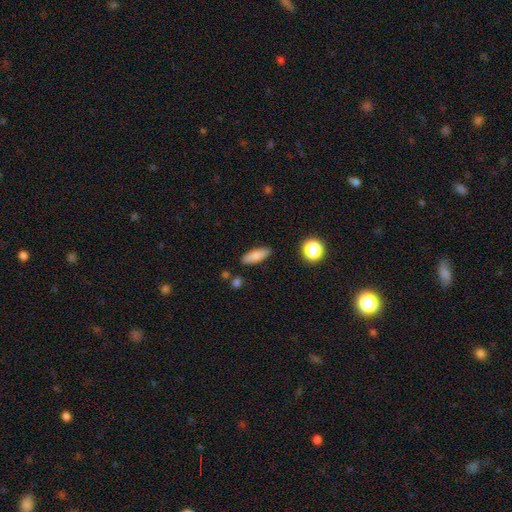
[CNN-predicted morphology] This appears to be a smooth galaxy with no disk features (82%) that is in between round and cigar-shaped (61%). Merging: none (86%).